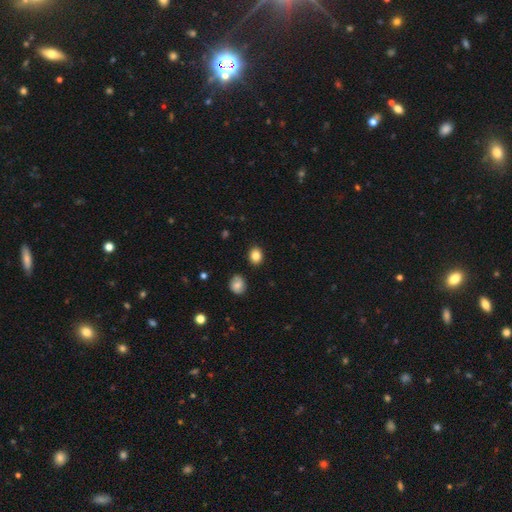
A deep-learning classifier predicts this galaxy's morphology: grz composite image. It shows a smooth galaxy with no disk features (85%) that is round (52%). Merging: none (87%).